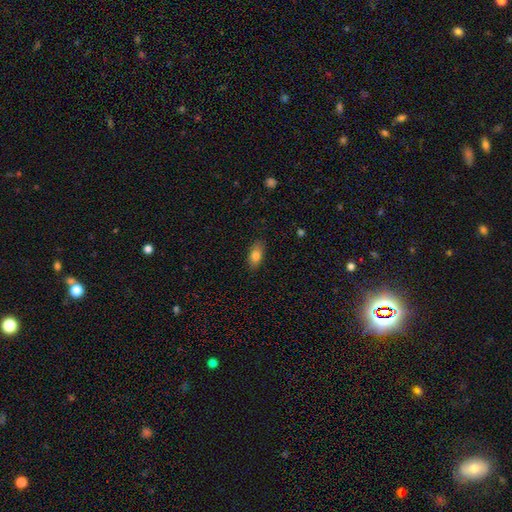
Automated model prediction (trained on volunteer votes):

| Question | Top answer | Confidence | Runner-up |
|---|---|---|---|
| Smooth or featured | smooth | 80% | featured or disk (13%) |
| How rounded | in between | 87% | cigar-shaped (7%) |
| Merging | none | 86% | minor disturbance (10%) |